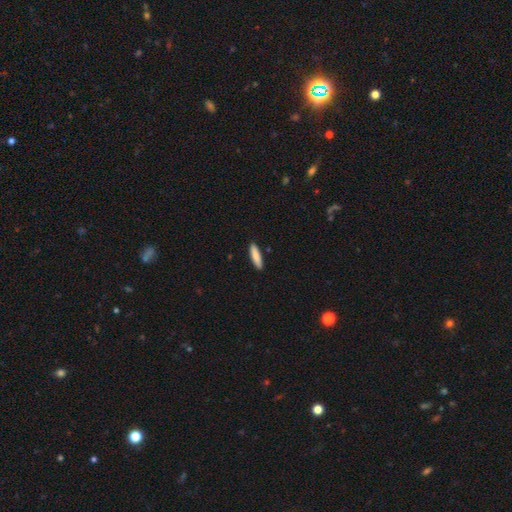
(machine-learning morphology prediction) This appears to be a smooth galaxy with no disk features (86%) that is cigar-shaped (75%). Merging: none (89%).